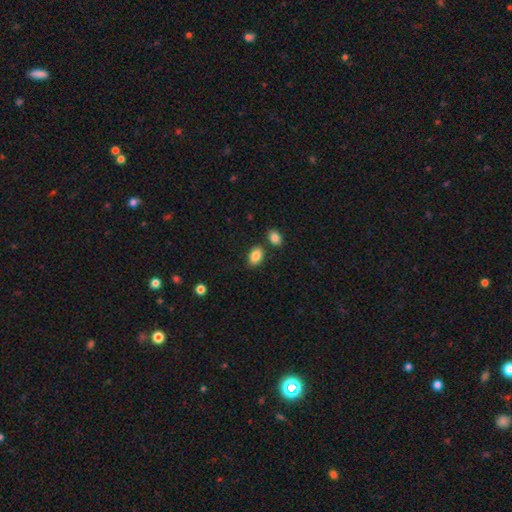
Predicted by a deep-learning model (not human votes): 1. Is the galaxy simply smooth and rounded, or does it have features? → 87% smooth, 8% star or artifact, 5% featured or disk.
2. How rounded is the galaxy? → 85% in between, 14% round, 1% cigar-shaped.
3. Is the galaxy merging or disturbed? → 76% none, 11% minor disturbance, 10% merger, 3% major disturbance.